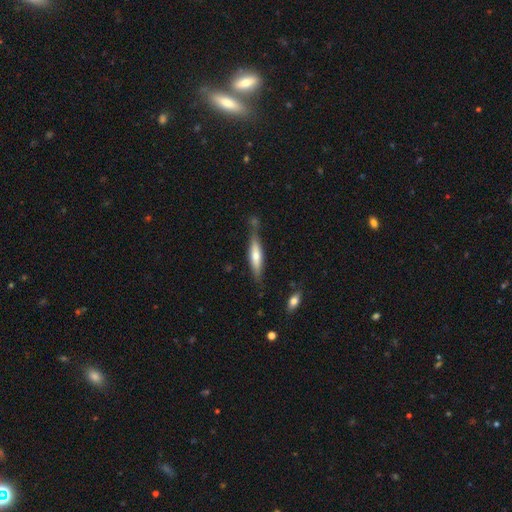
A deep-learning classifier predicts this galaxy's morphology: type=smooth (51%); roundness=cigar-shaped (81%); merging=none (69%).